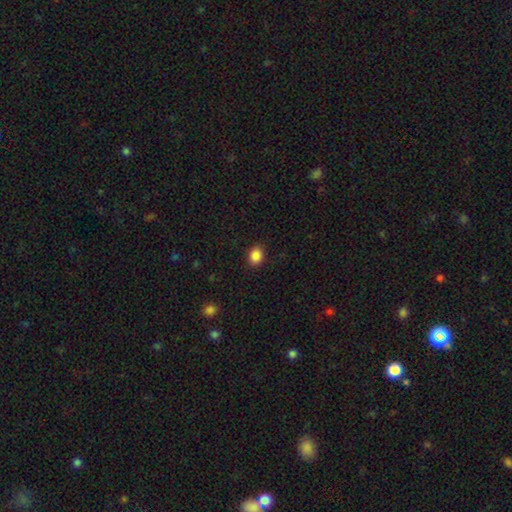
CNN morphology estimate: This appears to be a smooth galaxy with no disk features (87%) that is in between round and cigar-shaped (51%). Merging: none (88%).